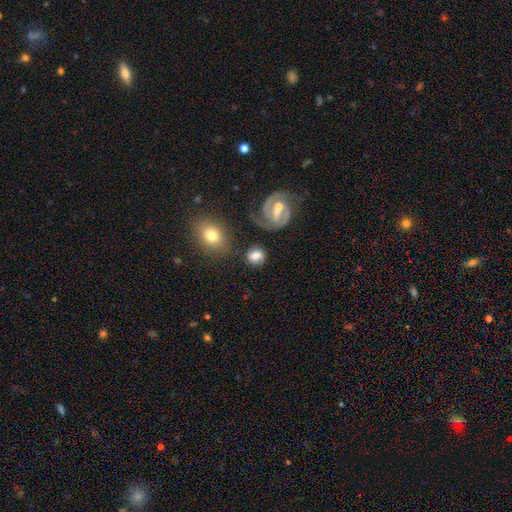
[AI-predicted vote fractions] smooth 71%, featured or disk 21%, star or artifact 8%. Down the decision tree: how rounded — round (70%); merging — none (75%).